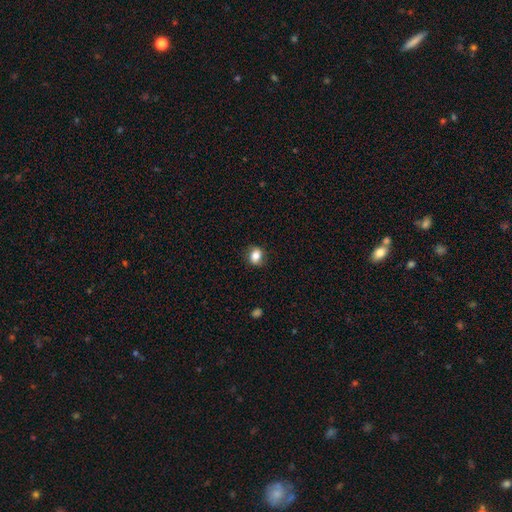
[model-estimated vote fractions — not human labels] Smooth or featured?
  - smooth: 78% *
  - featured or disk: 12%
  - star or artifact: 10%
How rounded?
  - in between: 51% *
  - round: 47%
  - cigar-shaped: 1%
Merging?
  - none: 83% *
  - minor disturbance: 13%
  - major disturbance: 3%
  - merger: 1%